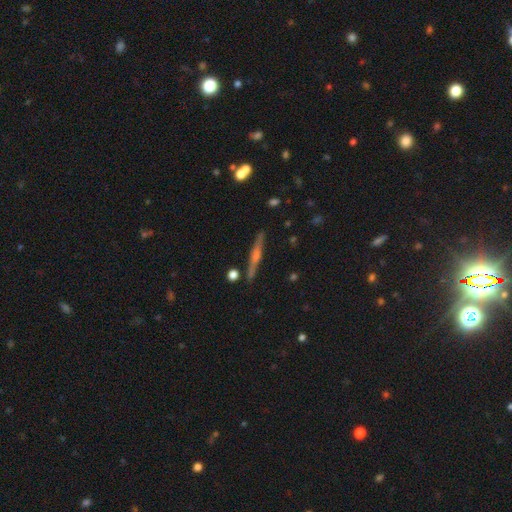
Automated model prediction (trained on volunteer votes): featured or disk 70%, smooth 22%, star or artifact 8%. Down the decision tree: edge-on disk — yes (97%); edge-on bulge — rounded (71%); merging — none (89%).